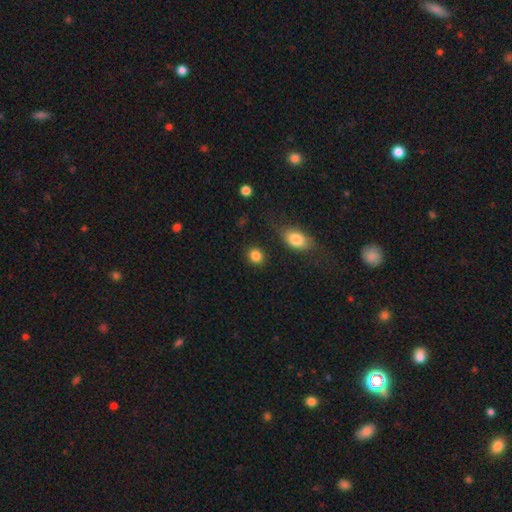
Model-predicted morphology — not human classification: A smooth galaxy with no disk features (86%) that is round (69%).

Vote fractions:
- Smooth or featured? smooth: 86% / star or artifact: 9% / featured or disk: 4%
- How rounded? round: 69% / in between: 30% / cigar-shaped: 1%
- Merging? none: 84% / minor disturbance: 9% / merger: 4% / major disturbance: 3%